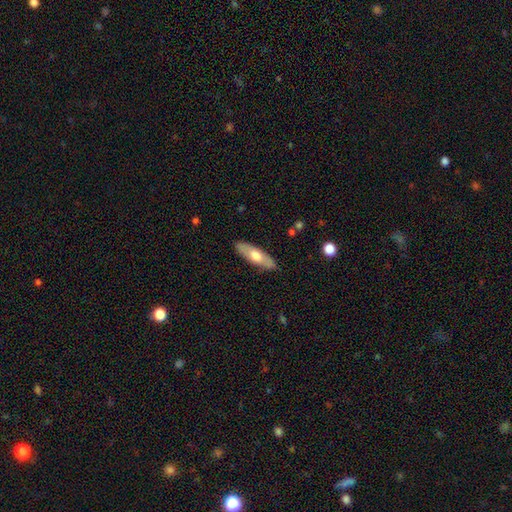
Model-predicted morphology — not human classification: A smooth galaxy with no disk features (57%) that is in between round and cigar-shaped (55%).

Vote fractions:
- Smooth or featured? smooth: 57% / featured or disk: 37% / star or artifact: 5%
- How rounded? in between: 55% / cigar-shaped: 43% / round: 2%
- Merging? none: 87% / minor disturbance: 10% / major disturbance: 2% / merger: 1%